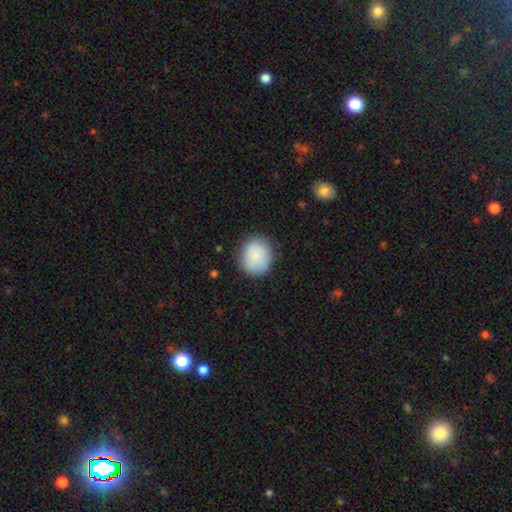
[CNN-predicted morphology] Smooth or featured? smooth (84%)
How rounded? round (74%)
Merging? none (79%)